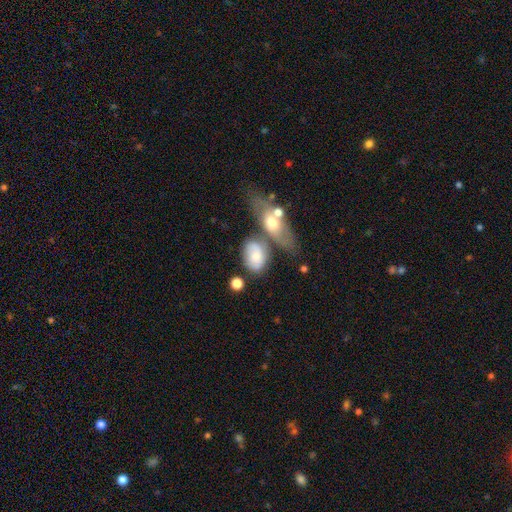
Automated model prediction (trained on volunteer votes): Smooth or featured? Predicted: smooth (p=0.69). How rounded? Predicted: in between (p=0.81). Merging? Predicted: none (p=0.40).